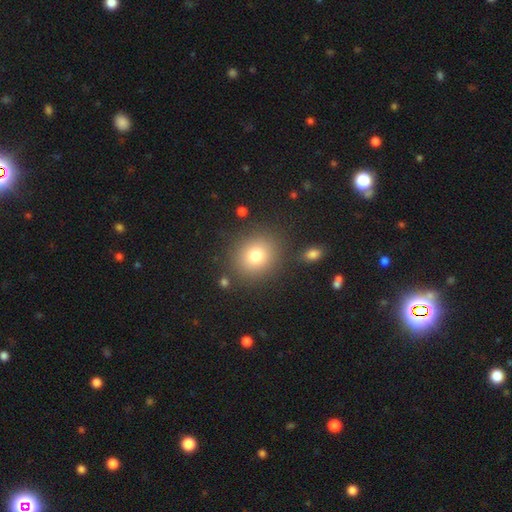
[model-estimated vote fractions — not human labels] Morphology: type=smooth (78%); roundness=round (78%); merging=none (85%).